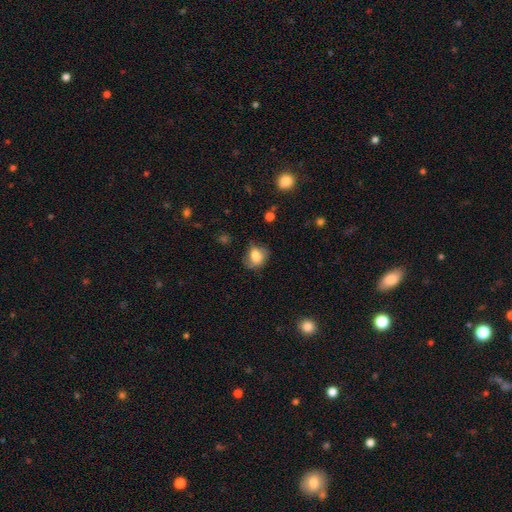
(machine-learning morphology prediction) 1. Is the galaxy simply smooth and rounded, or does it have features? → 73% smooth, 18% featured or disk, 9% star or artifact.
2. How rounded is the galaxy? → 54% in between, 44% round, 1% cigar-shaped.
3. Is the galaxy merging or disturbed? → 54% none, 30% minor disturbance, 14% major disturbance, 2% merger.